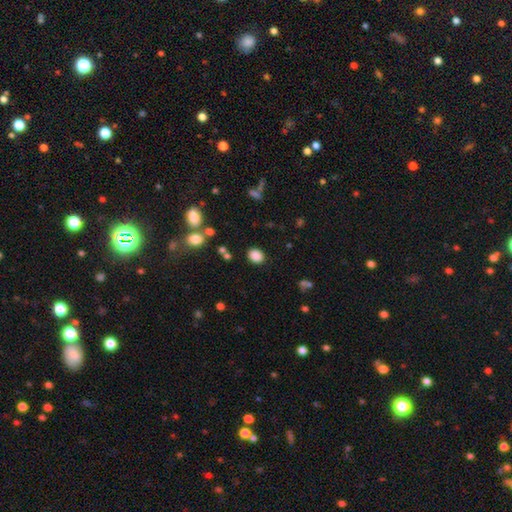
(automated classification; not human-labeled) Morphology: type=smooth (85%); roundness=in between (52%); merging=none (85%).